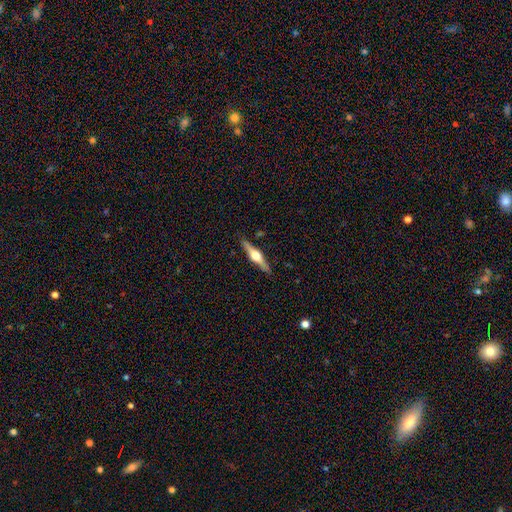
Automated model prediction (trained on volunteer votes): Smooth or featured? Predicted: featured or disk (p=0.75). Edge-on disk? Predicted: yes (p=0.98). Edge-on bulge? Predicted: rounded (p=0.95). Merging? Predicted: none (p=0.90).